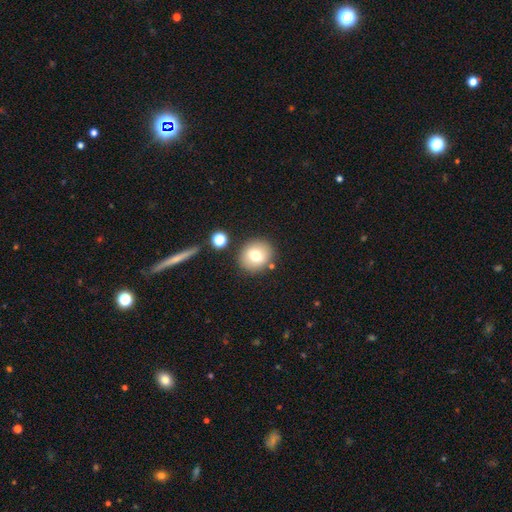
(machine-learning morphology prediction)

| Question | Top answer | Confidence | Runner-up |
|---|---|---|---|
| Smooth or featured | smooth | 73% | featured or disk (17%) |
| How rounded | round | 82% | in between (17%) |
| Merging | none | 83% | minor disturbance (9%) |